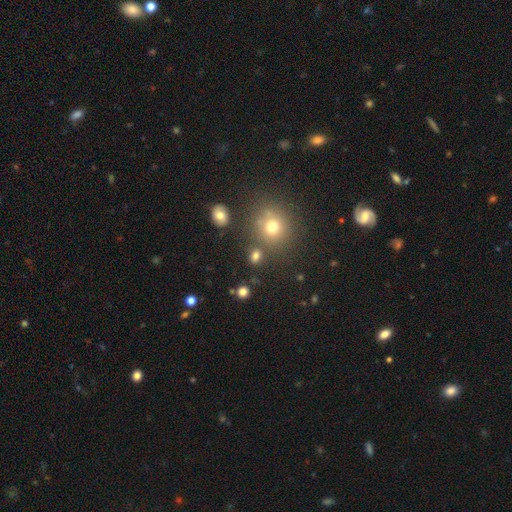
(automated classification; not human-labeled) Q: Smooth or featured?
A: smooth (74%); runner-up: star or artifact (18%)
Q: How rounded?
A: round (61%); runner-up: in between (37%)
Q: Merging?
A: none (76%); runner-up: merger (10%)